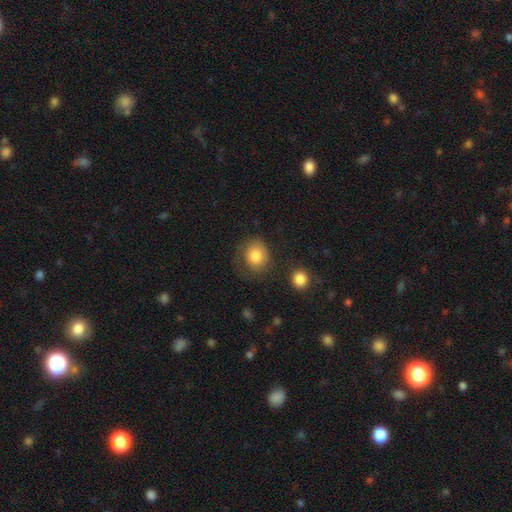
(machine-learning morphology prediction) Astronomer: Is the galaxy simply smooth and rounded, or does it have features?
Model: smooth — 82%.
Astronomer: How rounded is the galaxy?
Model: round — 65%.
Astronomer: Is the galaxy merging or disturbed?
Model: none — 64%.